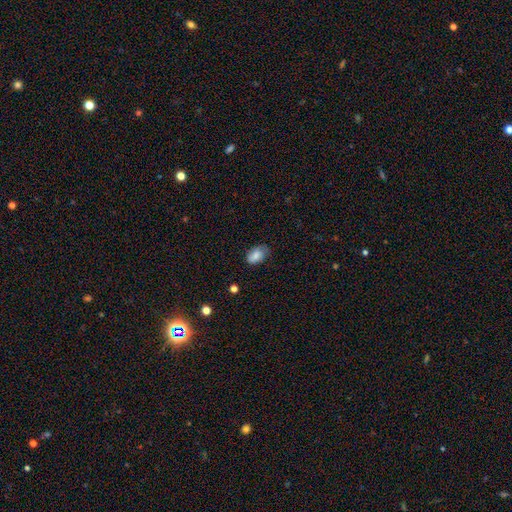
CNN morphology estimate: Q: Smooth or featured?
A: smooth (79%); runner-up: featured or disk (13%)
Q: How rounded?
A: in between (89%); runner-up: round (9%)
Q: Merging?
A: none (65%); runner-up: minor disturbance (28%)